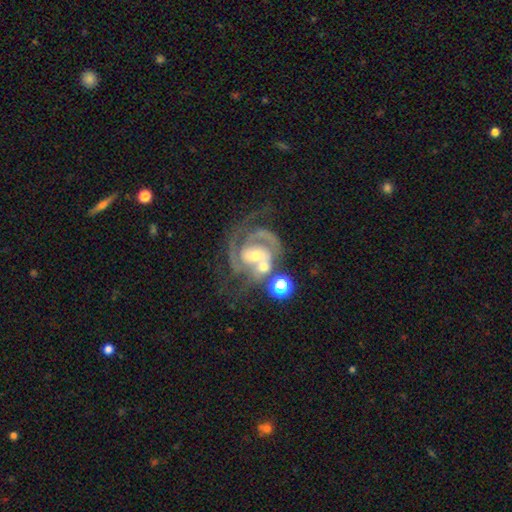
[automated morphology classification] This appears to be a featured or disk galaxy (89%) with no bar (42%), 2 (56%) tight (50%) spiral arms (97%) and a moderate central bulge (46%, tied with small). Merging: none (39%).